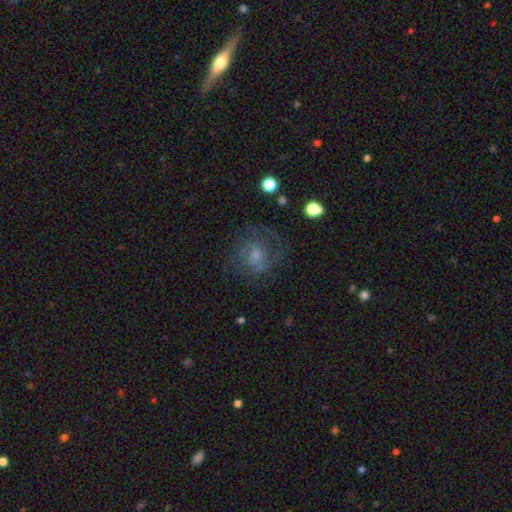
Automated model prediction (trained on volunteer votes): A featured or disk galaxy (44%).

Vote fractions:
- Smooth or featured? featured or disk: 44% / smooth: 43% / star or artifact: 13%
- Merging? none: 58% / major disturbance: 20% / minor disturbance: 19% / merger: 2%